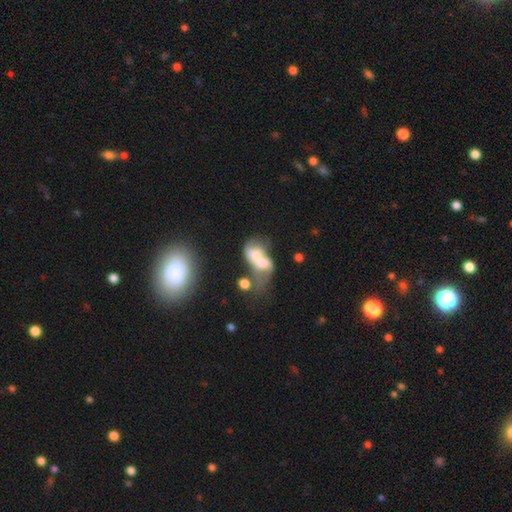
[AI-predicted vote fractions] Smooth or featured? Predicted: smooth (p=0.47). Merging? Predicted: merger (p=0.76).